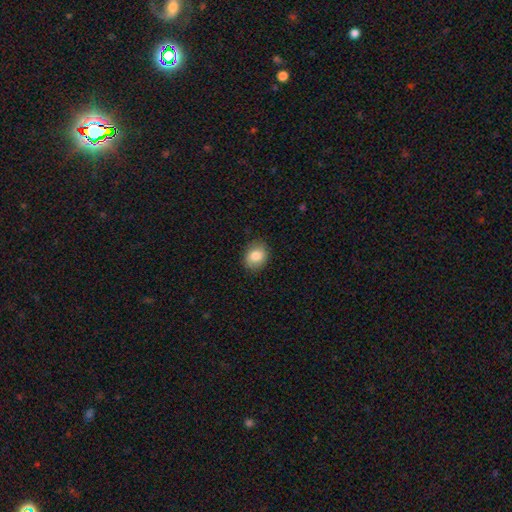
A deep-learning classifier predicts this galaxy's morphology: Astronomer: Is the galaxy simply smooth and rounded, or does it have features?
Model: smooth — 83%.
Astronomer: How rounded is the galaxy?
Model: in between — 51% (runner-up: round, 48%).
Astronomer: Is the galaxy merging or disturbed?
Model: none — 85%.